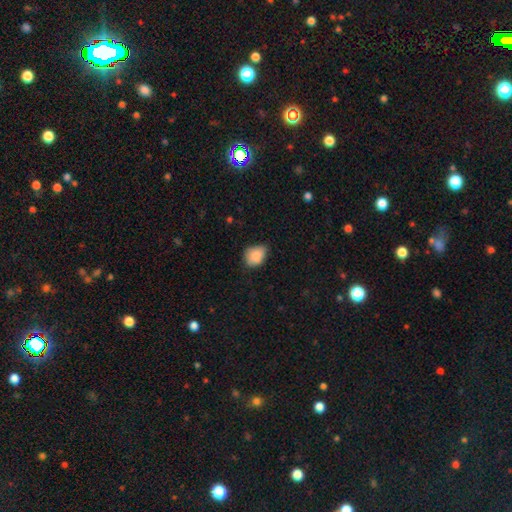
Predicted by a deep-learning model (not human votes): smooth 86%, star or artifact 7%, featured or disk 7%. Down the decision tree: how rounded — in between (62%); merging — none (60%).